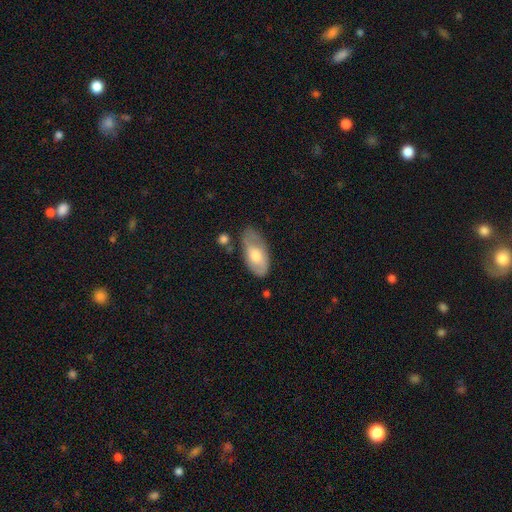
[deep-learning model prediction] A smooth galaxy with no disk features (55%) that is in between round and cigar-shaped (92%). Merging: none (62%).